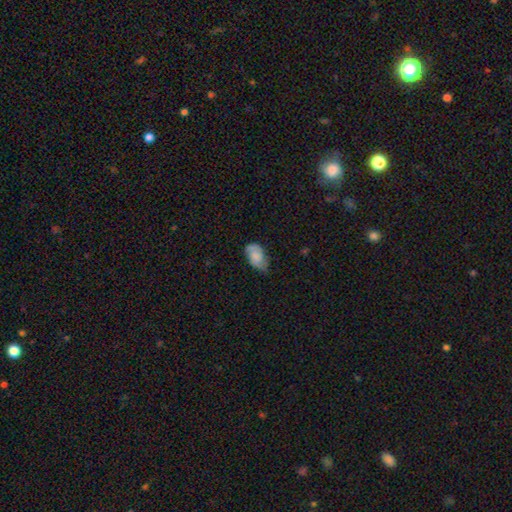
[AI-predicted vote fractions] Smooth or featured: smooth — 64% (featured or disk — 28%)
How rounded: in between — 92% (round — 6%)
Merging: none — 56% (minor disturbance — 34%)